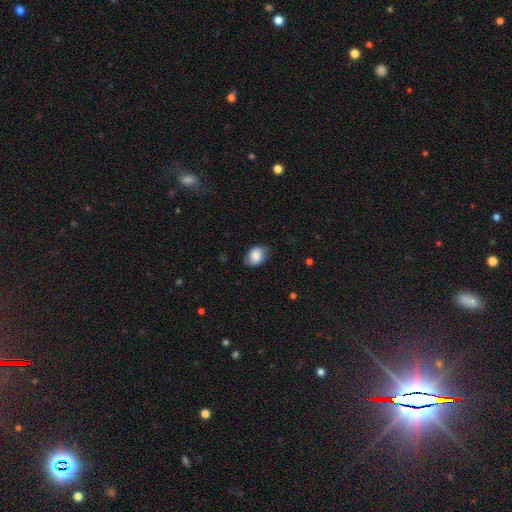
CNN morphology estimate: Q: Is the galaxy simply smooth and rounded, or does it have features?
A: smooth — 82%.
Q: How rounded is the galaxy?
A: in between — 76%.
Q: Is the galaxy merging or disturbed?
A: none — 74%.